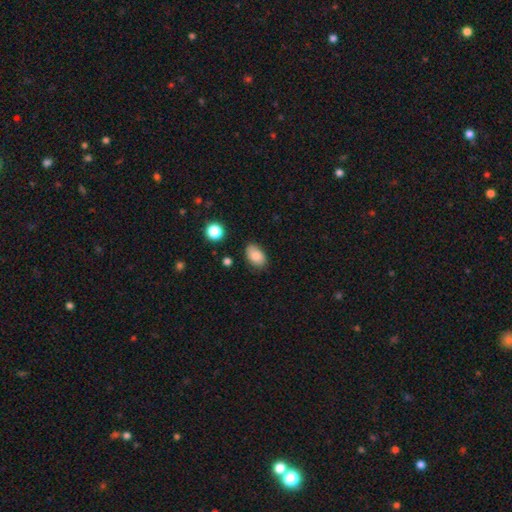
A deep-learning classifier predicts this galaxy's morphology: Smooth or featured? smooth (83%)
How rounded? in between (88%)
Merging? none (79%)